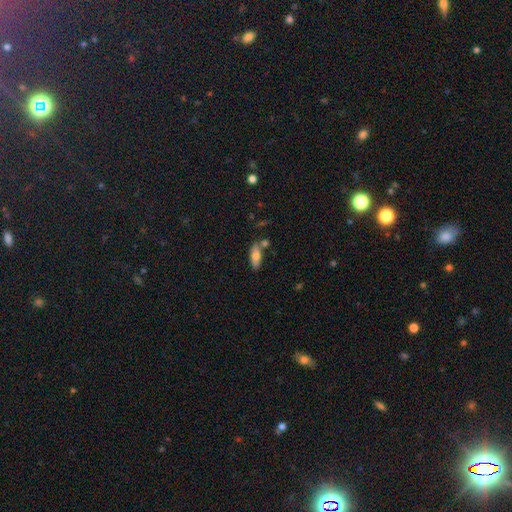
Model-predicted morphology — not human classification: Smooth or featured? smooth (72%)
How rounded? in between (75%)
Merging? none (66%)